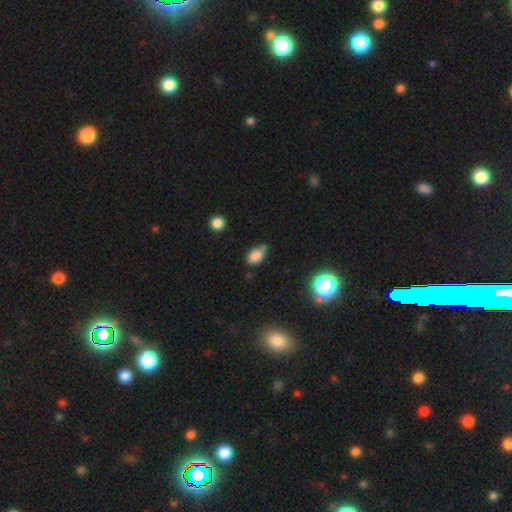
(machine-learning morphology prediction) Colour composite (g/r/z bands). It shows a smooth galaxy with no disk features (81%) that is in between round and cigar-shaped (82%). Merging: none (52%).